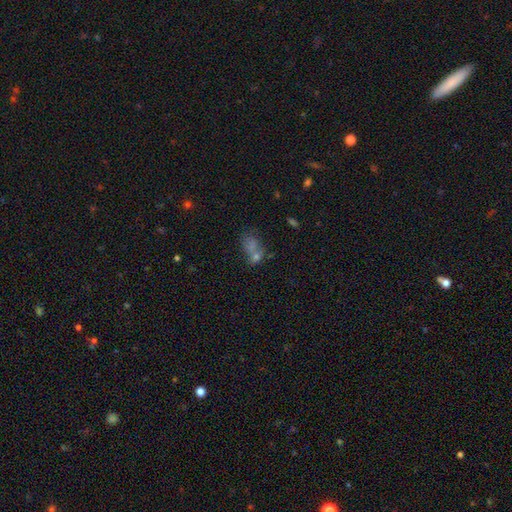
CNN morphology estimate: smooth-or-featured: smooth: 59% | star or artifact: 23% | featured or disk: 19%
  how-rounded: in between: 64% | round: 33% | cigar-shaped: 3%
  merging: merger: 50% | none: 30% | minor disturbance: 11% | major disturbance: 9%